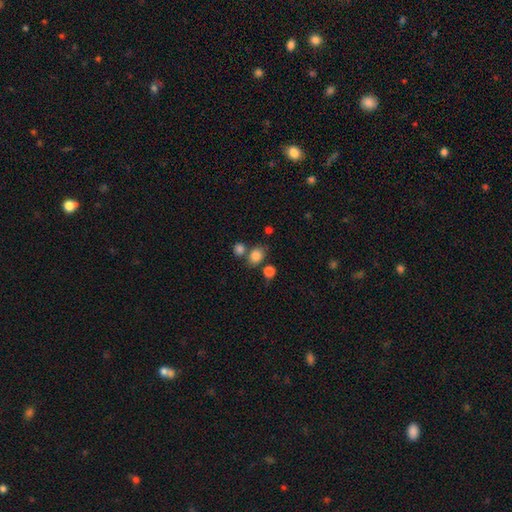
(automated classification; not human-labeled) A smooth galaxy with no disk features (82%) that is round (51%).

Vote fractions:
- Smooth or featured? smooth: 82% / star or artifact: 12% / featured or disk: 6%
- How rounded? round: 51% / in between: 48% / cigar-shaped: 1%
- Merging? none: 63% / merger: 20% / minor disturbance: 12% / major disturbance: 5%